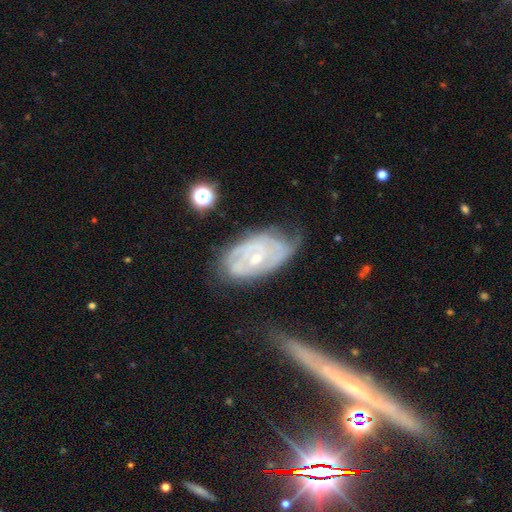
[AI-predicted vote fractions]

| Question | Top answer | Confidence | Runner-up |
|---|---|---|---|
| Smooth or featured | featured or disk | 78% | smooth (15%) |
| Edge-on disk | no | 94% | yes (6%) |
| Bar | no | 61% | weak (31%) |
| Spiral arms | yes | 85% | no (15%) |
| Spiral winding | tight | 67% | medium (26%) |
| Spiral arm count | can't tell | 44% | 2 (31%) |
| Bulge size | small | 60% | moderate (35%) |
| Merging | none | 55% | minor disturbance (29%) |